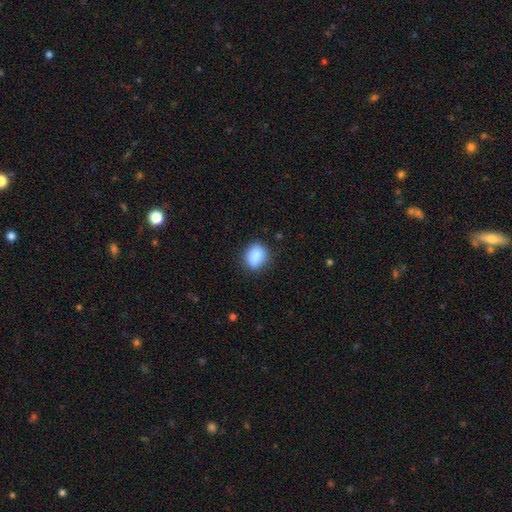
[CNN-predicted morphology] Smooth or featured? Predicted: smooth (p=0.86). How rounded? Predicted: in between (p=0.58). Merging? Predicted: none (p=0.72).